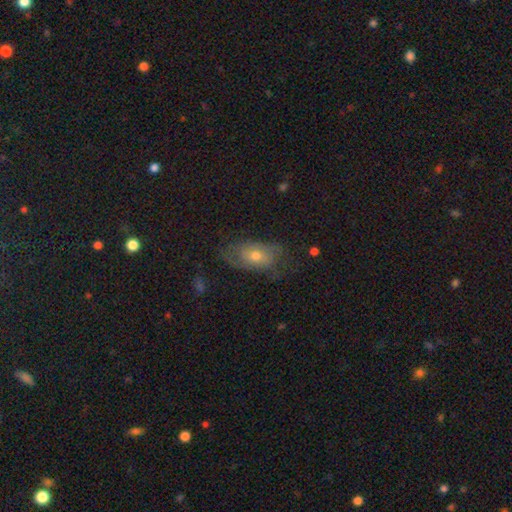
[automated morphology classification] A featured or disk galaxy (46%). Merging: none (59%).